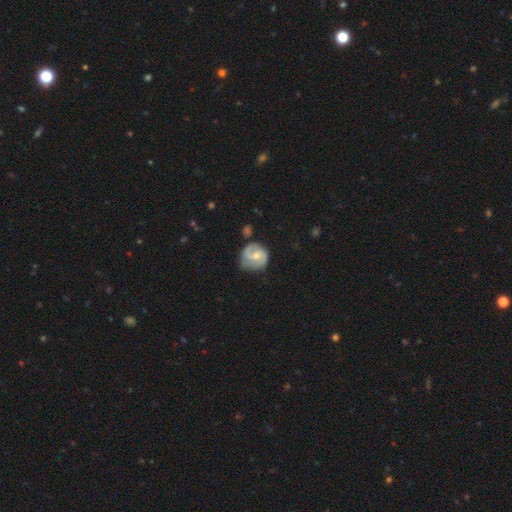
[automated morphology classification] A featured or disk galaxy (69%) with a weak bar (46%), 2 (75%) medium (46%) spiral arms (91%) and a moderate central bulge (56%).

Vote fractions:
- Smooth or featured? featured or disk: 69% / smooth: 25% / star or artifact: 5%
- Edge-on disk? no: 98% / yes: 2%
- Bar? weak: 46% / no: 45% / strong: 9%
- Spiral arms? yes: 91% / no: 9%
- Spiral winding? medium: 46% / tight: 37% / loose: 17%
- Spiral arm count? 2: 75% / can't tell: 11% / 1: 7% / 3: 5% / 4: 1% / more than 4: 1%
- Bulge size? moderate: 56% / small: 37% / none: 3% / large: 2% / dominant: 1%
- Merging? none: 61% / minor disturbance: 28% / major disturbance: 9% / merger: 3%